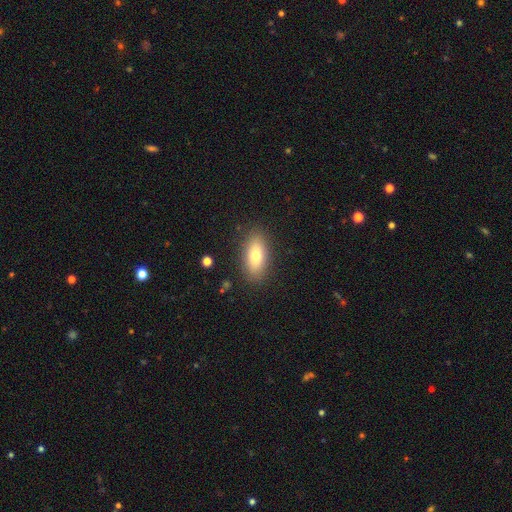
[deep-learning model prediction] Q: Smooth or featured?
A: smooth (76%); runner-up: featured or disk (16%)
Q: How rounded?
A: in between (83%); runner-up: cigar-shaped (14%)
Q: Merging?
A: none (87%); runner-up: minor disturbance (9%)